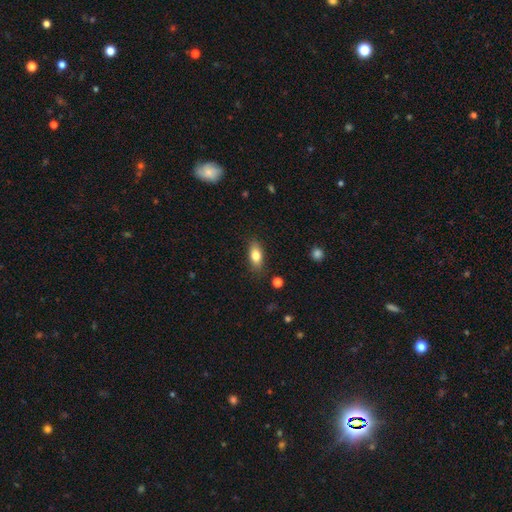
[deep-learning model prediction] smooth-or-featured: smooth: 80% | featured or disk: 12% | star or artifact: 8%
  how-rounded: in between: 82% | cigar-shaped: 12% | round: 5%
  merging: none: 83% | minor disturbance: 12% | major disturbance: 3% | merger: 1%